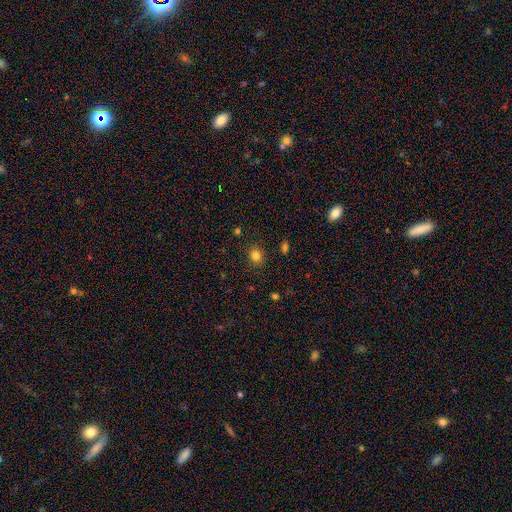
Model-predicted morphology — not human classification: Smooth or featured?
  - smooth: 82% *
  - star or artifact: 13%
  - featured or disk: 6%
How rounded?
  - round: 67% *
  - in between: 32%
  - cigar-shaped: 1%
Merging?
  - none: 88% *
  - minor disturbance: 8%
  - major disturbance: 2%
  - merger: 2%